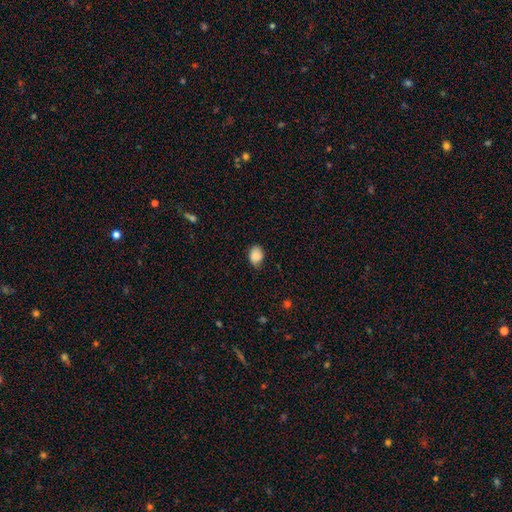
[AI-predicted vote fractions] A smooth galaxy with no disk features (88%) that is in between round and cigar-shaped (63%). Merging: none (71%).